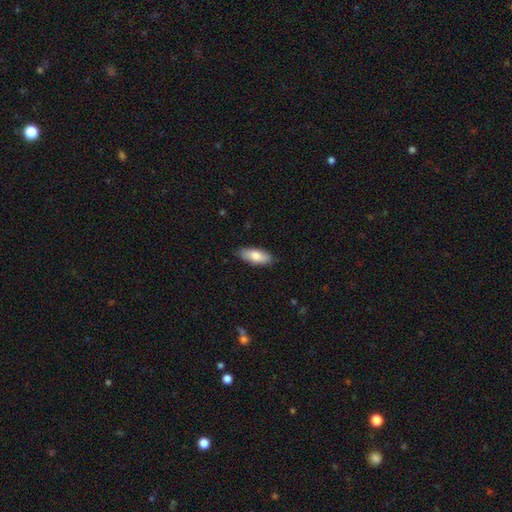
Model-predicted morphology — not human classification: type=smooth (79%); roundness=in between (80%); merging=none (85%).